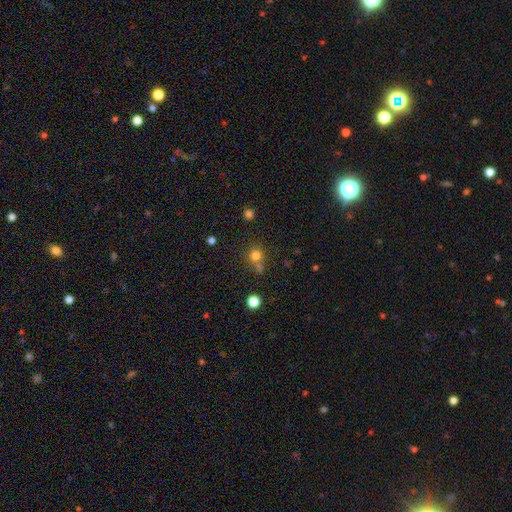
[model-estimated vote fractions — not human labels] Smooth or featured? Predicted: smooth (p=0.76). How rounded? Predicted: round (p=0.88). Merging? Predicted: none (p=0.59).